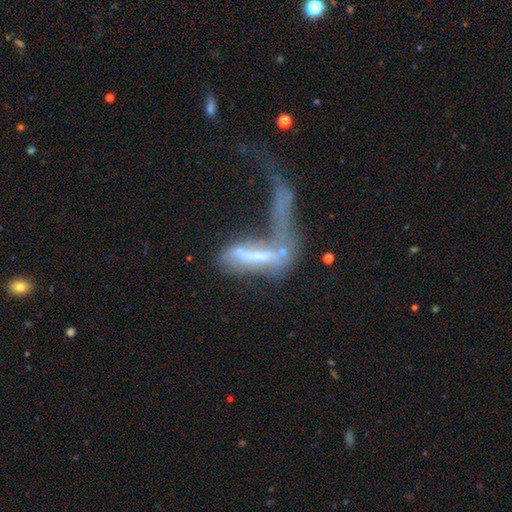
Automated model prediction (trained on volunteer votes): Smooth or featured: featured or disk — 49% (smooth — 40%)
Merging: major disturbance — 42% (tied with merger — 42%)